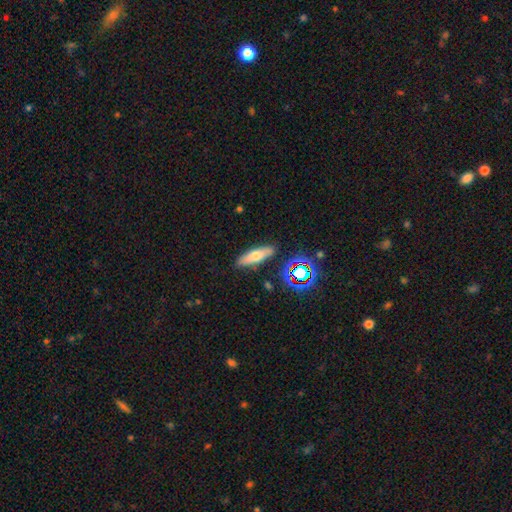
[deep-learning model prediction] Smooth or featured: smooth — 58% (featured or disk — 30%)
How rounded: cigar-shaped — 61% (in between — 35%)
Merging: none — 85% (minor disturbance — 10%)